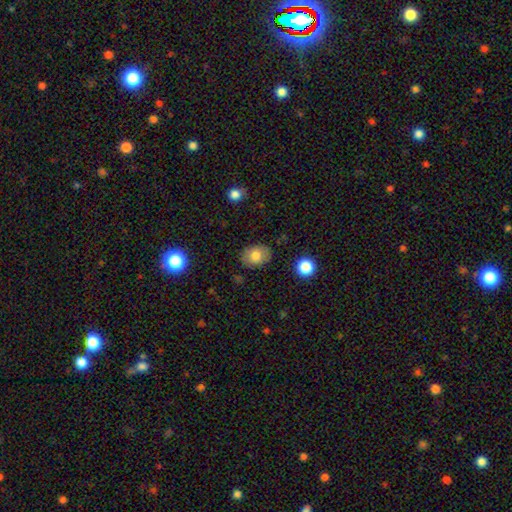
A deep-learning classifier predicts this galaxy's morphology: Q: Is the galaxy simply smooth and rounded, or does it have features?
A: smooth — 77%.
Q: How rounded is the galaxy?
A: in between — 64%.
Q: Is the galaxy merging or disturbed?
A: none — 83%.